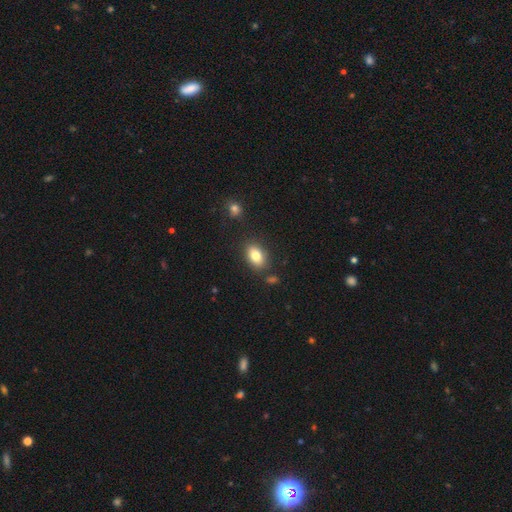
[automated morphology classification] The model was most divided on "merging": none: 81%, minor disturbance: 12%, merger: 5%, major disturbance: 3%. More confident: how rounded — in between (85%); smooth or featured — smooth (81%).